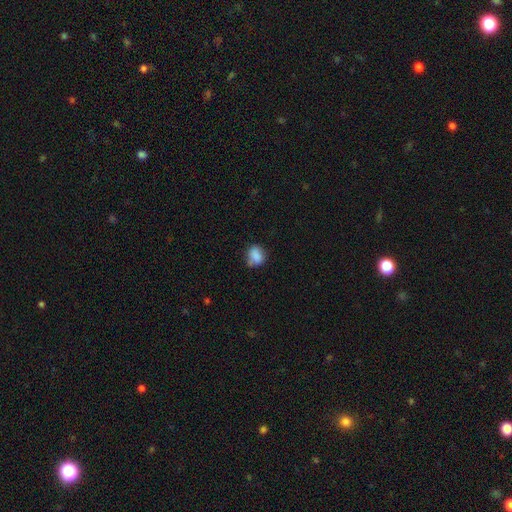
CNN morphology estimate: A smooth galaxy with no disk features (83%) that is round (51%). Merging: none (58%).